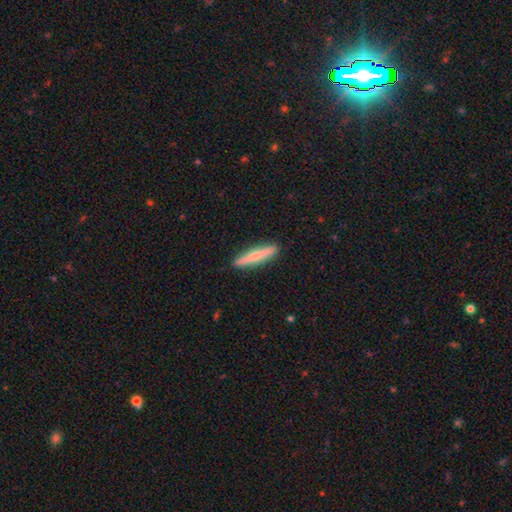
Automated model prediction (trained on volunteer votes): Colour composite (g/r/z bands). It shows a smooth galaxy with no disk features (57%) that is cigar-shaped (92%). Merging: none (91%).